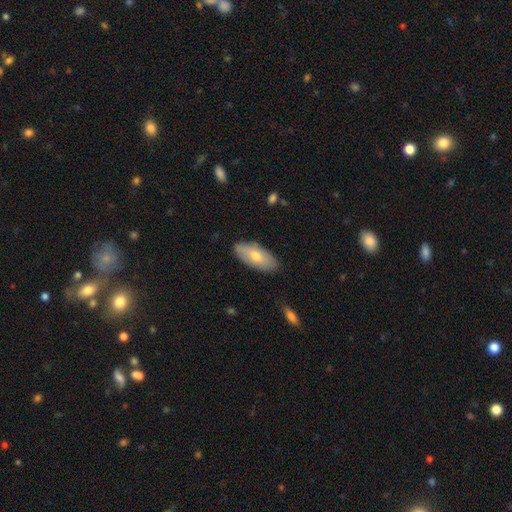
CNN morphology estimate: type=smooth (65%); roundness=in between (88%); merging=none (85%).